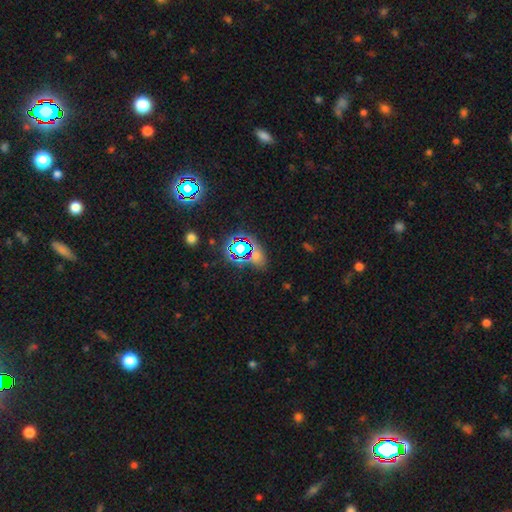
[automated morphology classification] A star or artifact, not a galaxy (58%).